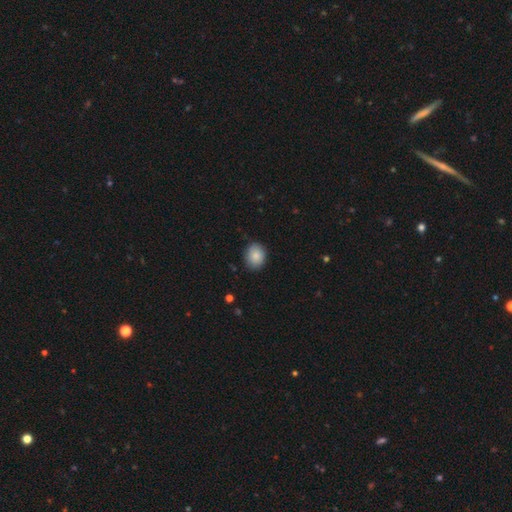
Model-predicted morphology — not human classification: This appears to be a smooth galaxy with no disk features (86%) that is round (57%). Merging: none (82%).